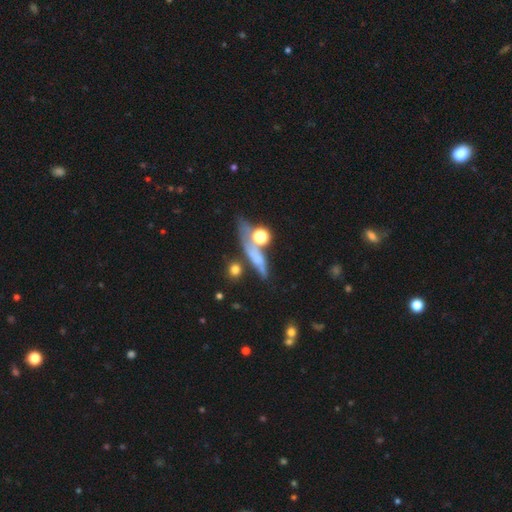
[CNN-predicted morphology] smooth 43%, featured or disk 40%, star or artifact 17%. Down the decision tree: merging — none (45%).